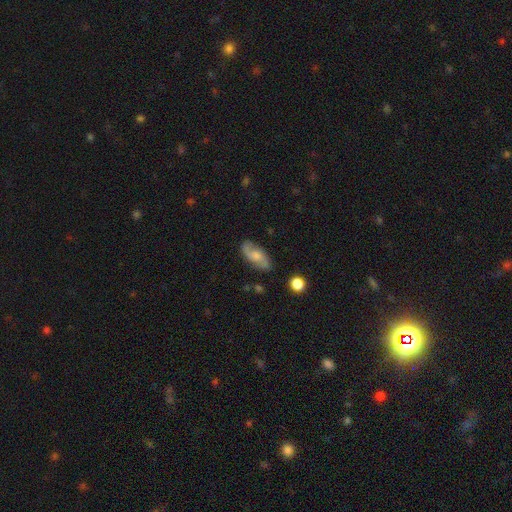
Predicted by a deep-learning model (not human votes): Smooth or featured?
  - featured or disk: 62% *
  - smooth: 31%
  - star or artifact: 7%
Edge-on disk?
  - no: 93% *
  - yes: 7%
Bar?
  - no: 60% *
  - weak: 35%
  - strong: 5%
Spiral arms?
  - yes: 92% *
  - no: 8%
Spiral winding?
  - loose: 44% *
  - medium: 41%
  - tight: 14%
Spiral arm count?
  - 2: 89% *
  - can't tell: 6%
  - 1: 3%
  - 3: 1%
  - 4: 1%
  - more than 4: 1%
Bulge size?
  - moderate: 43% *
  - small: 29%
  - none: 14%
  - large: 12%
  - dominant: 2%
Merging?
  - none: 80% *
  - minor disturbance: 14%
  - major disturbance: 4%
  - merger: 2%